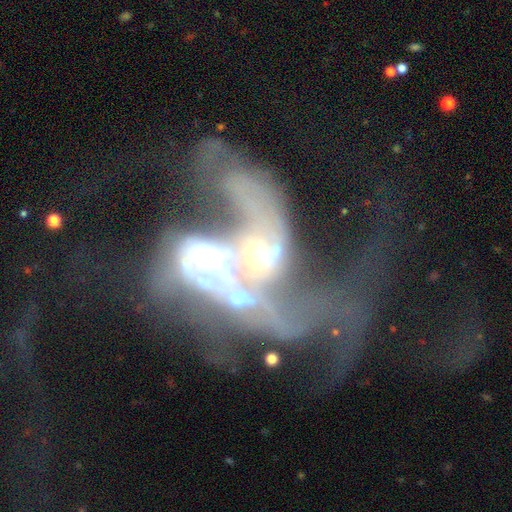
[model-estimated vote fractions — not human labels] A featured or disk galaxy (64%) with no bar (68%), no spiral arms (56%) and a moderate central bulge (45%).

Vote fractions:
- Smooth or featured? featured or disk: 64% / smooth: 19% / star or artifact: 18%
- Edge-on disk? no: 92% / yes: 8%
- Bar? no: 68% / weak: 18% / strong: 14%
- Spiral arms? no: 56% / yes: 44%
- Bulge size? moderate: 45% / small: 19% / large: 15% / none: 15% / dominant: 6%
- Merging? merger: 79% / major disturbance: 13% / none: 5% / minor disturbance: 3%